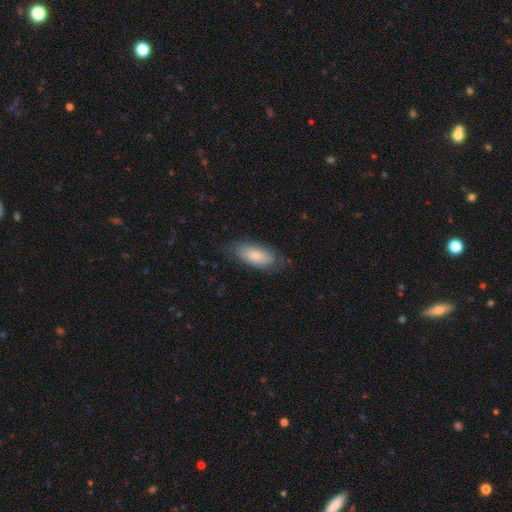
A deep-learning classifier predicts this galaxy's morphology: Overall: smooth (79%). How rounded: in between (84%). Merging: none (72%).